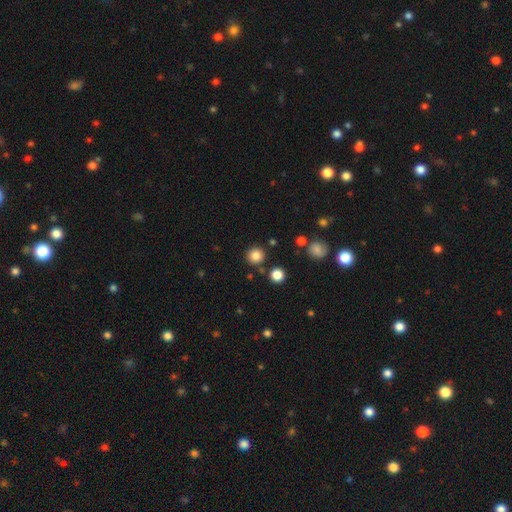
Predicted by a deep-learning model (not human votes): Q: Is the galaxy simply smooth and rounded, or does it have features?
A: smooth — 84%.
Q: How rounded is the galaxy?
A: round — 93%.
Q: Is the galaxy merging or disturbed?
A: none — 87%.